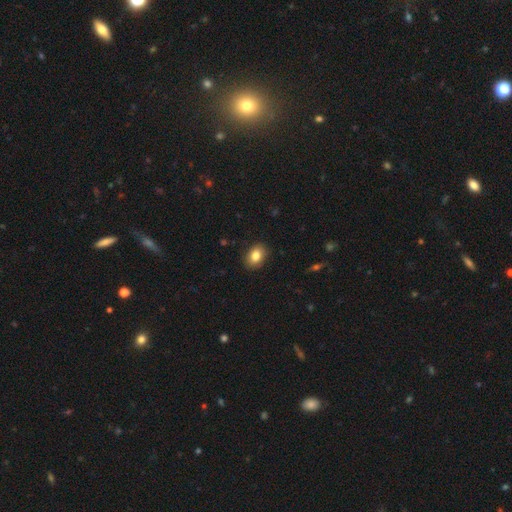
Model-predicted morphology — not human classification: Q: Smooth or featured?
A: smooth (84%); runner-up: star or artifact (9%)
Q: How rounded?
A: in between (72%); runner-up: round (26%)
Q: Merging?
A: none (89%); runner-up: minor disturbance (8%)